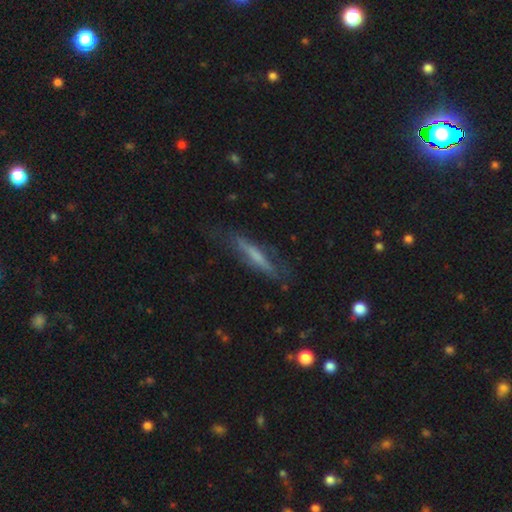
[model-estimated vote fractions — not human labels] Morphology: type=featured or disk (48%); merging=none (68%).